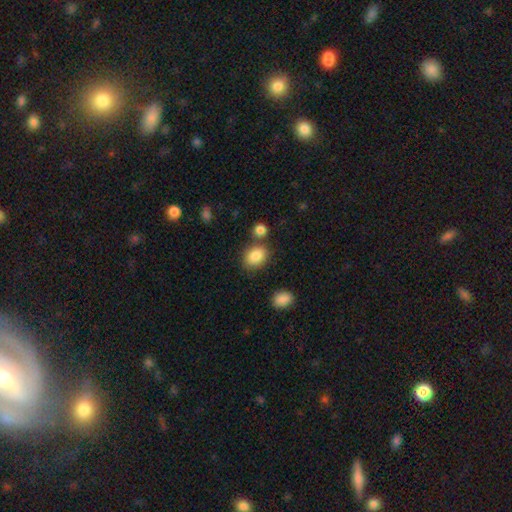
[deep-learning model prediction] Q: Smooth or featured?
A: smooth (86%); runner-up: star or artifact (9%)
Q: How rounded?
A: in between (63%); runner-up: round (35%)
Q: Merging?
A: none (68%); runner-up: merger (14%)